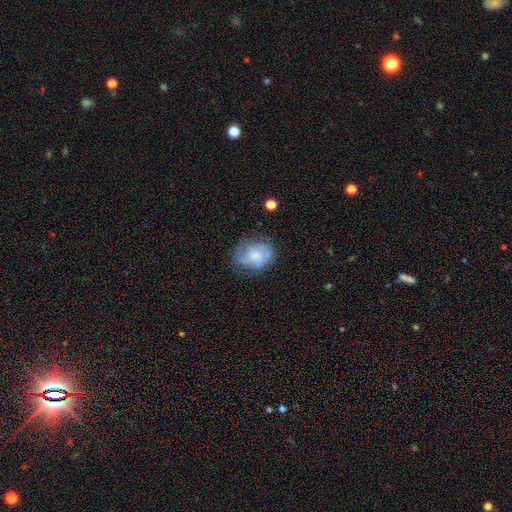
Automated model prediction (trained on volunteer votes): Smooth or featured? featured or disk (58%)
Edge-on disk? no (98%)
Bar? no (73%)
Spiral arms? yes (72%)
Bulge size? small (46%)
Merging? none (60%)